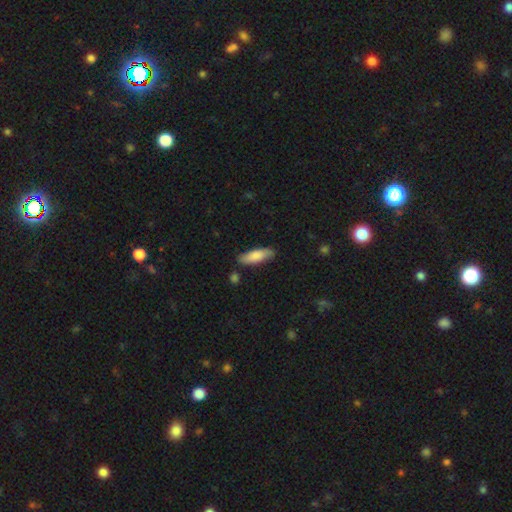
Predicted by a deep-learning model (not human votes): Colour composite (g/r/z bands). It shows a smooth galaxy with no disk features (80%) that is in between round and cigar-shaped (51%). Merging: none (83%).